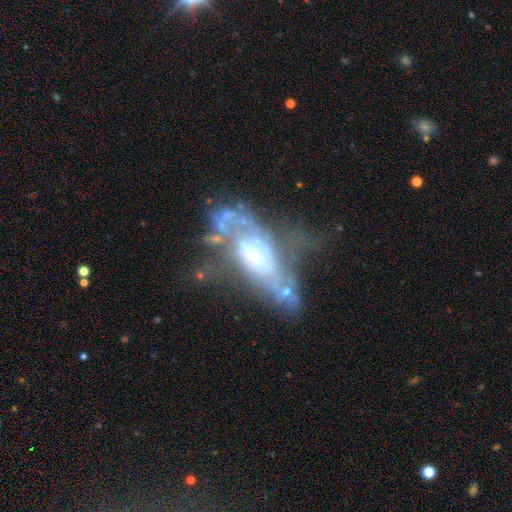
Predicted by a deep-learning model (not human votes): A featured or disk galaxy (74%) with no bar (61%), spiral arms (54%) and a moderate central bulge (41%). Merging: major disturbance (40%).